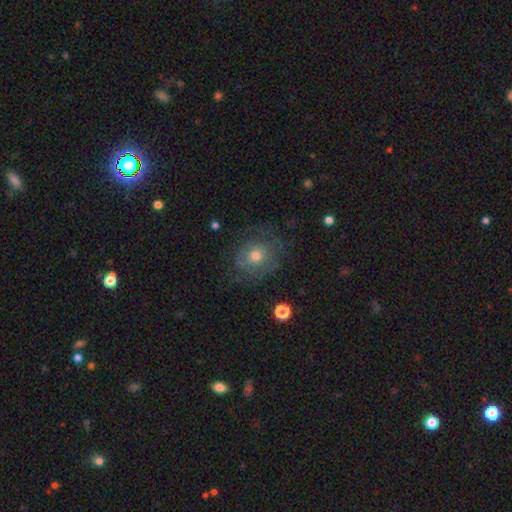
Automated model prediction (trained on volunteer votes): This is possibly a featured or disk galaxy (46%). Merging: likely none (69%).